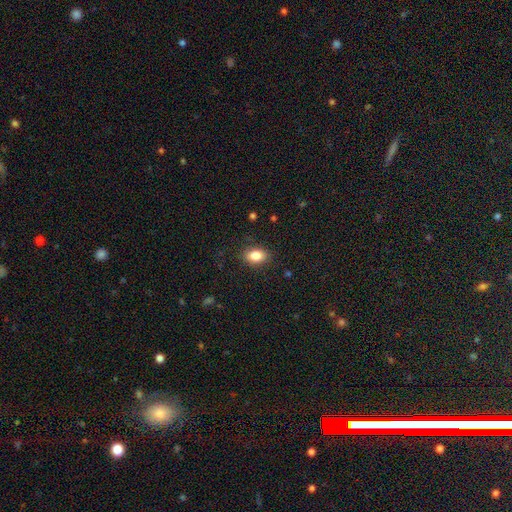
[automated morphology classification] Smooth or featured?
  - smooth: 85% *
  - star or artifact: 8%
  - featured or disk: 7%
How rounded?
  - in between: 82% *
  - round: 17%
  - cigar-shaped: 2%
Merging?
  - none: 85% *
  - minor disturbance: 11%
  - major disturbance: 3%
  - merger: 1%